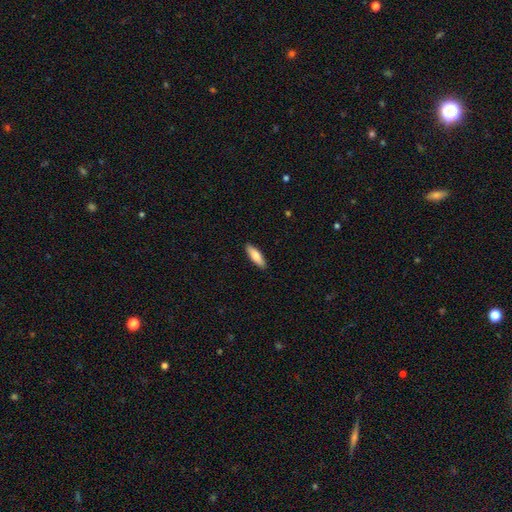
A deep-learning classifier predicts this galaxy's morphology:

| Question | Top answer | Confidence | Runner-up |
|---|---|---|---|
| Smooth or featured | smooth | 82% | featured or disk (13%) |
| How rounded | cigar-shaped | 54% | in between (44%) |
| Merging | none | 90% | minor disturbance (7%) |